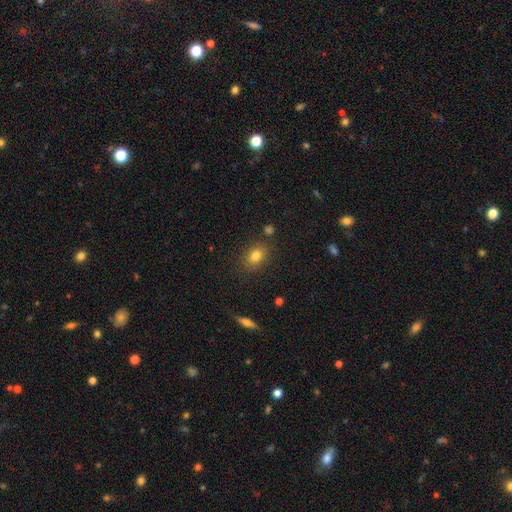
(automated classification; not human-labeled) Overall: smooth (81%). How rounded: in between (70%). Merging: none (80%).